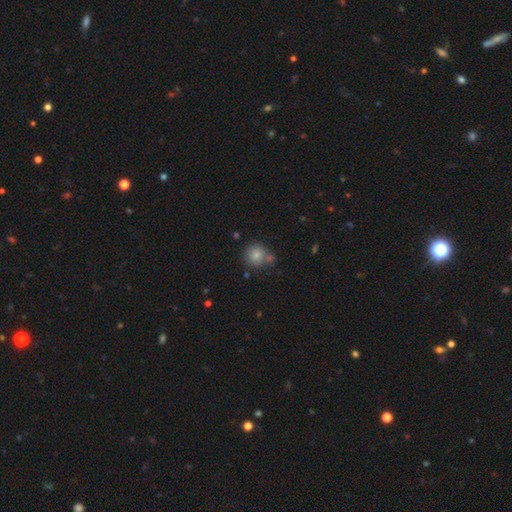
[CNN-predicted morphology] This appears to be a smooth galaxy with no disk features (81%) that is round (90%). Merging: none (66%).